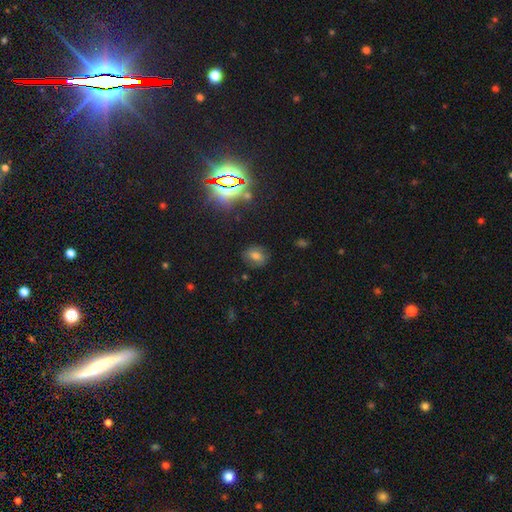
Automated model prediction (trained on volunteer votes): This appears to be a smooth galaxy with no disk features (59%) that is round (56%). Merging: none (80%).